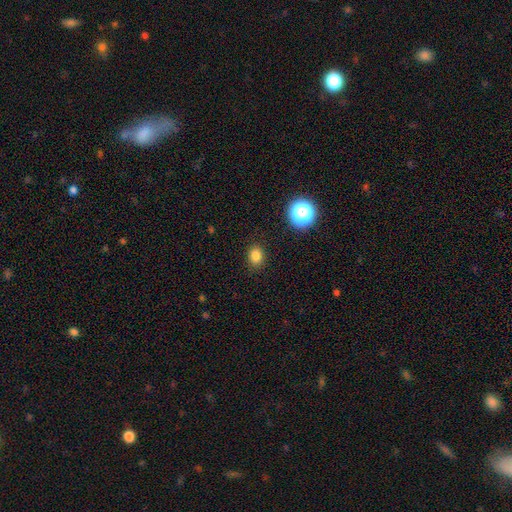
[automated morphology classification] Smooth or featured?
  - smooth: 82% *
  - star or artifact: 13%
  - featured or disk: 5%
How rounded?
  - in between: 53% *
  - round: 46%
  - cigar-shaped: 1%
Merging?
  - none: 88% *
  - minor disturbance: 8%
  - major disturbance: 3%
  - merger: 1%